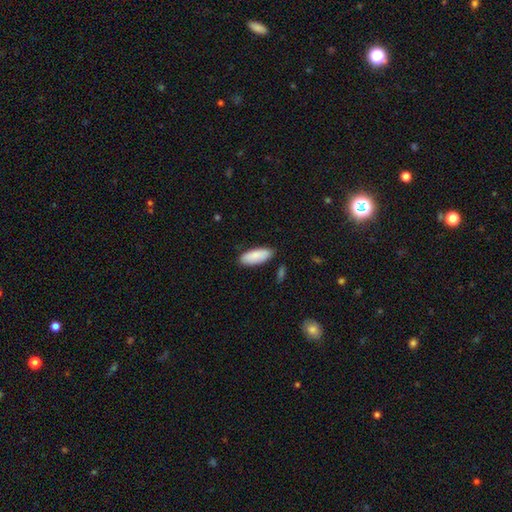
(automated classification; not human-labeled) This is clearly a smooth galaxy (89%). How rounded: likely in between (77%). Merging: clearly none (85%).